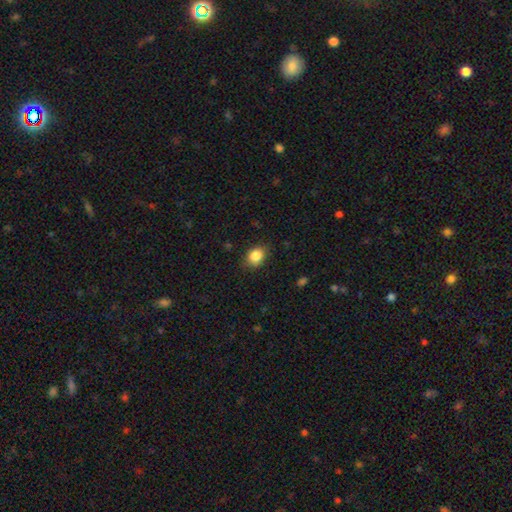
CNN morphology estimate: A smooth galaxy with no disk features (85%) that is in between round and cigar-shaped (58%). Merging: none (81%).